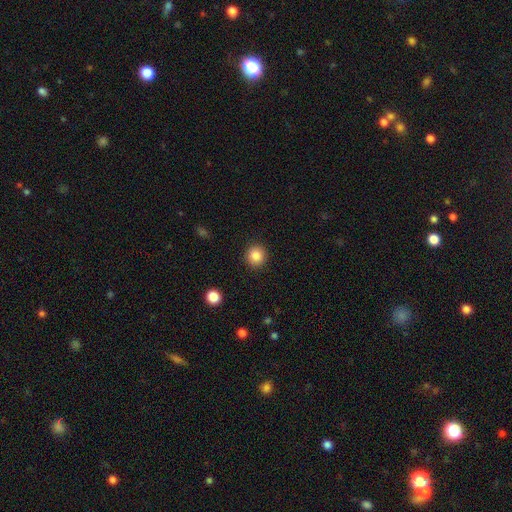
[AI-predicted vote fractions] smooth-or-featured: smooth: 85% | star or artifact: 10% | featured or disk: 5%
  how-rounded: round: 93% | in between: 6% | cigar-shaped: 1%
  merging: none: 92% | minor disturbance: 5% | major disturbance: 2% | merger: 1%